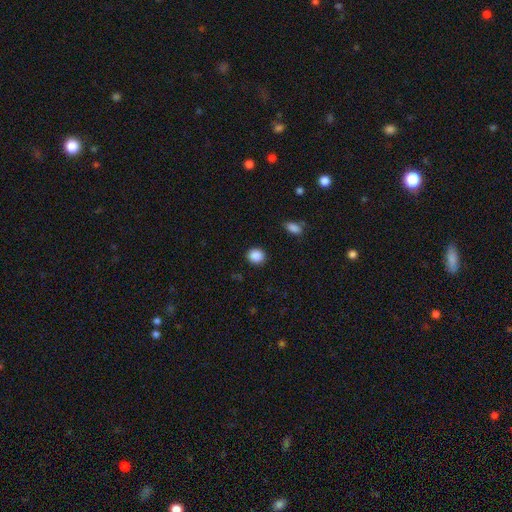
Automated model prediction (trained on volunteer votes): Q: Smooth or featured?
A: smooth (89%); runner-up: star or artifact (8%)
Q: How rounded?
A: round (76%); runner-up: in between (23%)
Q: Merging?
A: none (90%); runner-up: minor disturbance (7%)